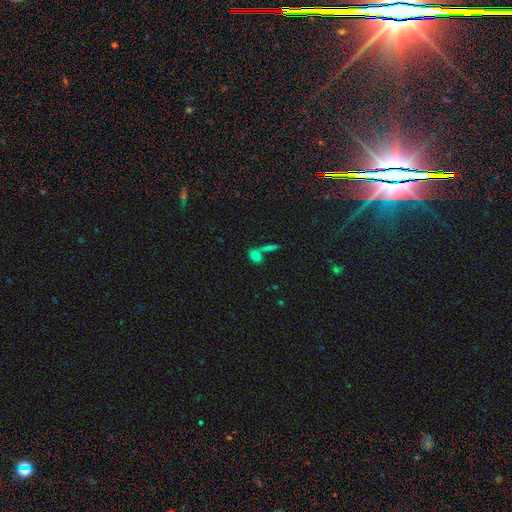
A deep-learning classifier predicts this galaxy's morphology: A smooth galaxy with no disk features (75%) that is in between round and cigar-shaped (72%). Merging: none (52%).